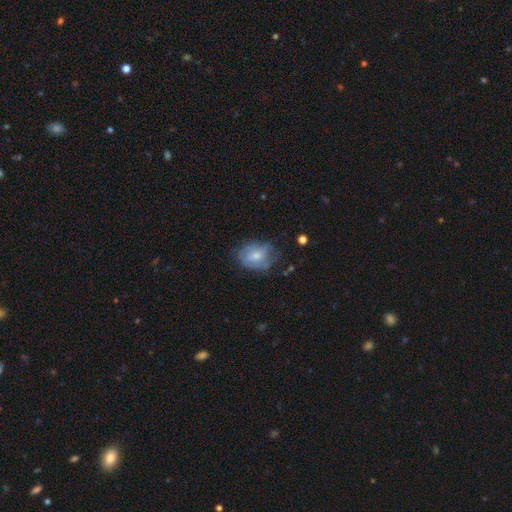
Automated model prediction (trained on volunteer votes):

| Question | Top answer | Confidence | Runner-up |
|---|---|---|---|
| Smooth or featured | featured or disk | 47% | smooth (45%) |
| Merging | none | 52% | minor disturbance (29%) |